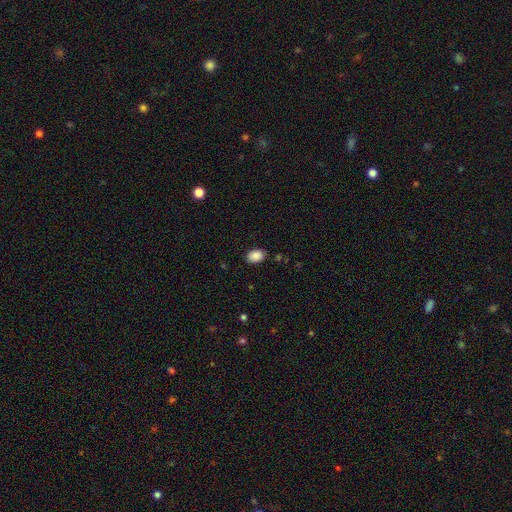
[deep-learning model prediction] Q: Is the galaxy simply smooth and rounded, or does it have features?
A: smooth — 88%.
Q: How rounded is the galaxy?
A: in between — 84%.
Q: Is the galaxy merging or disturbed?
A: none — 85%.